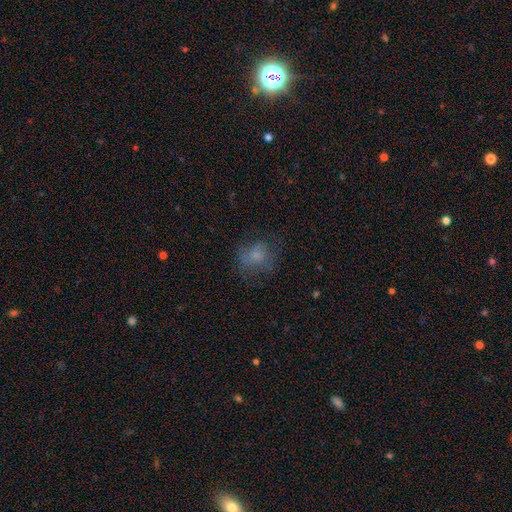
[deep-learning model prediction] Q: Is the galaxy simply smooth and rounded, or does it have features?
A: smooth — 66%.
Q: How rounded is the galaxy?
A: round — 66%.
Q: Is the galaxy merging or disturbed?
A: none — 61%.